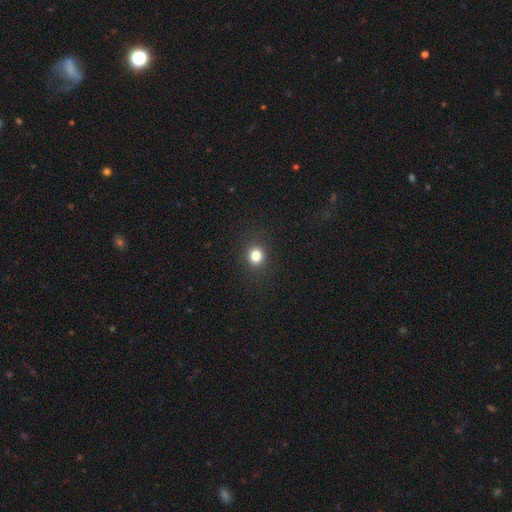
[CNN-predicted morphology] Smooth or featured?
  - smooth: 82% *
  - star or artifact: 13%
  - featured or disk: 5%
How rounded?
  - round: 77% *
  - in between: 22%
  - cigar-shaped: 1%
Merging?
  - none: 90% *
  - minor disturbance: 7%
  - major disturbance: 3%
  - merger: 1%